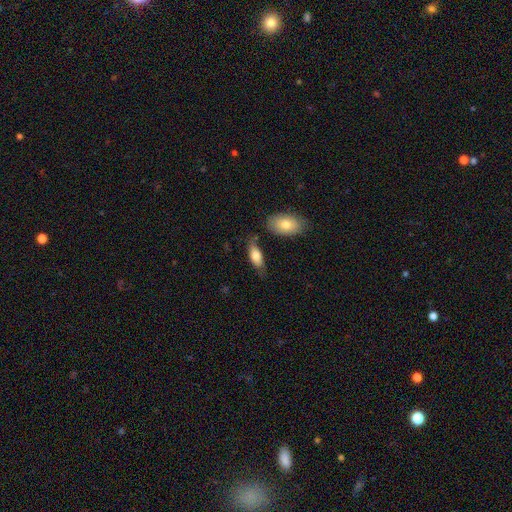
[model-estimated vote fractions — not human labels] Q: Smooth or featured?
A: smooth (76%); runner-up: featured or disk (18%)
Q: How rounded?
A: in between (82%); runner-up: cigar-shaped (15%)
Q: Merging?
A: none (65%); runner-up: minor disturbance (21%)